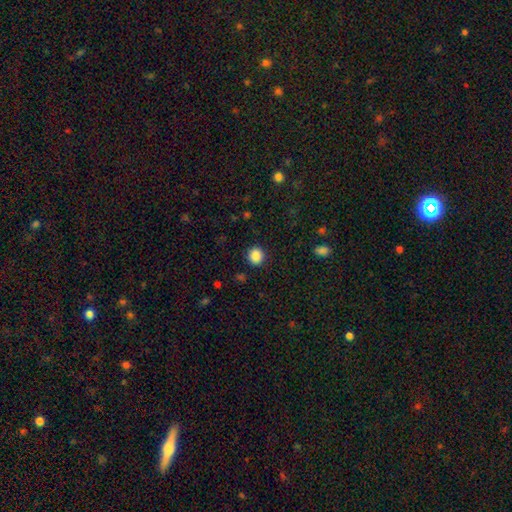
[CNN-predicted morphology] Smooth or featured? Predicted: smooth (p=0.87). How rounded? Predicted: round (p=0.89). Merging? Predicted: none (p=0.91).